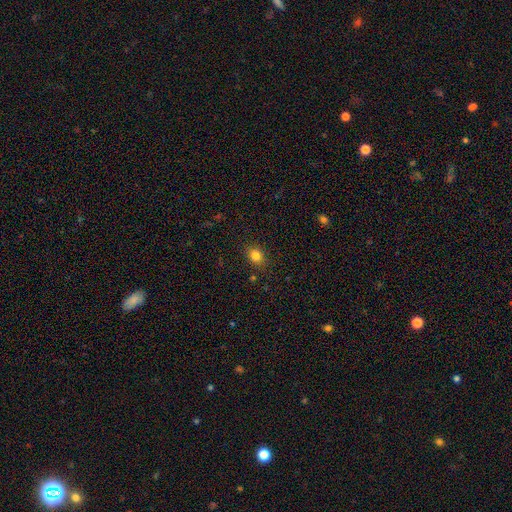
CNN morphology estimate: The model was most divided on "how rounded": round: 54%, in between: 45%, cigar-shaped: 1%. More confident: merging — none (86%); smooth or featured — smooth (82%).